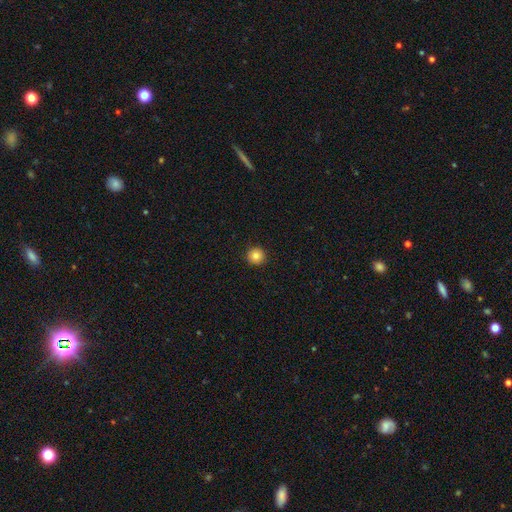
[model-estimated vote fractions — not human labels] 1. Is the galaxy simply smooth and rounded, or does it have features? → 83% smooth, 10% star or artifact, 6% featured or disk.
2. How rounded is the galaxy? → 95% round, 4% in between, 1% cigar-shaped.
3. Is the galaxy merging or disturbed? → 93% none, 5% minor disturbance, 1% major disturbance, 1% merger.